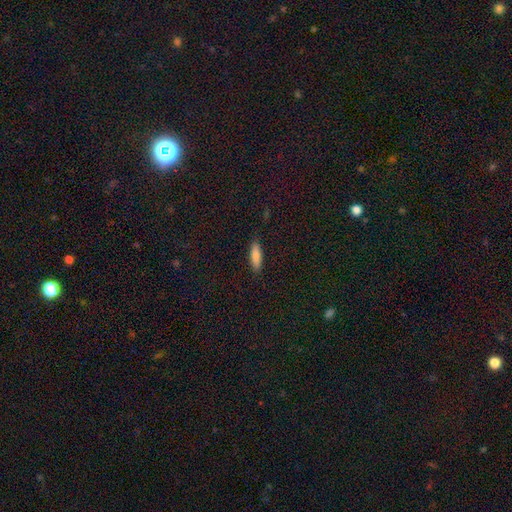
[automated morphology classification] This is clearly a smooth galaxy (84%). How rounded: possibly cigar-shaped (53%). Merging: clearly none (87%).